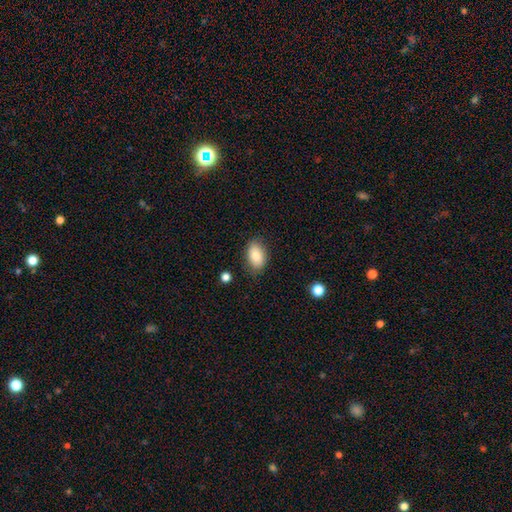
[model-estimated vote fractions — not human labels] Q: Smooth or featured?
A: smooth (82%); runner-up: featured or disk (10%)
Q: How rounded?
A: in between (89%); runner-up: round (9%)
Q: Merging?
A: none (81%); runner-up: minor disturbance (14%)